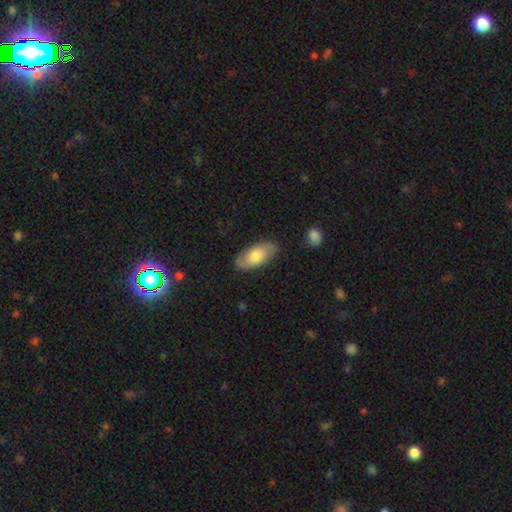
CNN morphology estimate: Smooth or featured? smooth (67%)
How rounded? in between (90%)
Merging? none (82%)